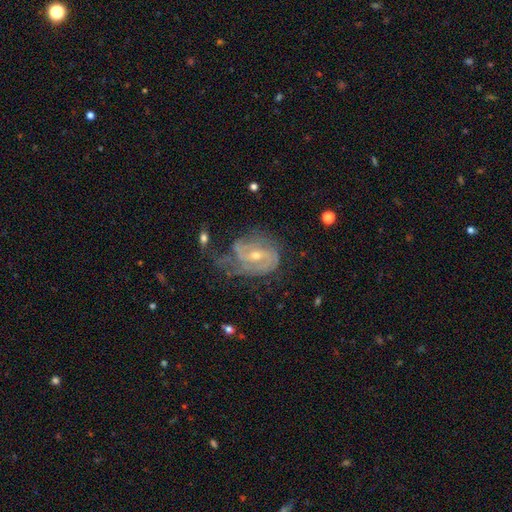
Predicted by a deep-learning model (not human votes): Morphology: type=featured or disk (83%); edge-on=no (97%); bar=weak (47%); spiral arms=yes (92%); winding=tight (48%); arm count=2 (41%); bulge=small (54%); merging=none (45%).